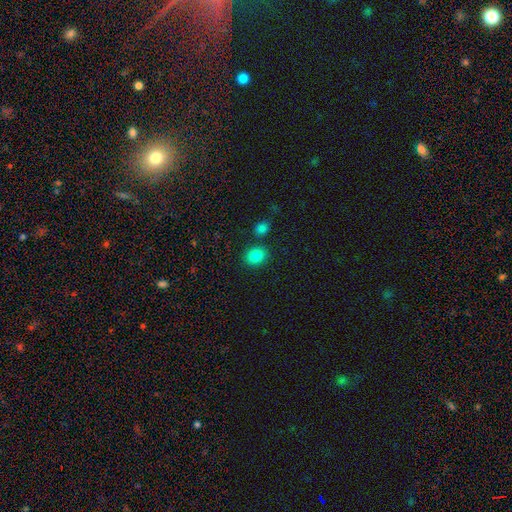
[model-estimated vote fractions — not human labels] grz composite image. It shows a smooth galaxy with no disk features (86%) that is in between round and cigar-shaped (52%). Merging: none (80%).